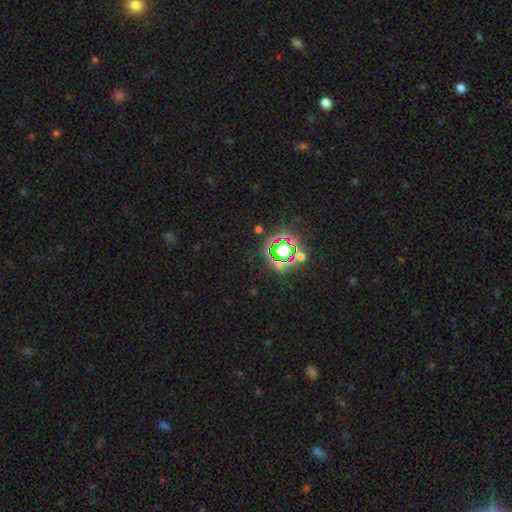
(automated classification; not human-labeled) A star or artifact, not a galaxy (76%).

Vote fractions:
- Smooth or featured? star or artifact: 76% / smooth: 16% / featured or disk: 8%